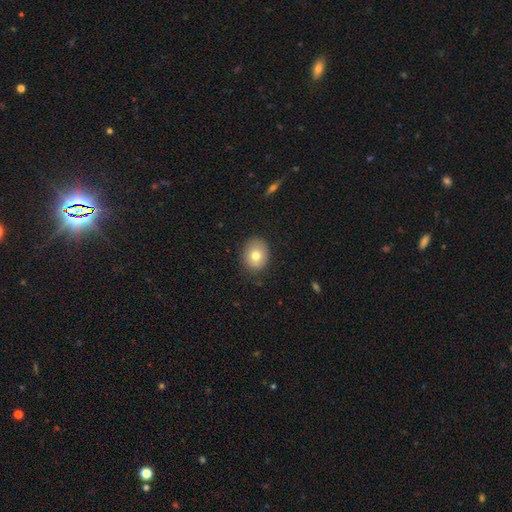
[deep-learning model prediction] This is likely a smooth galaxy (76%). How rounded: possibly round (59%). Merging: clearly none (84%).